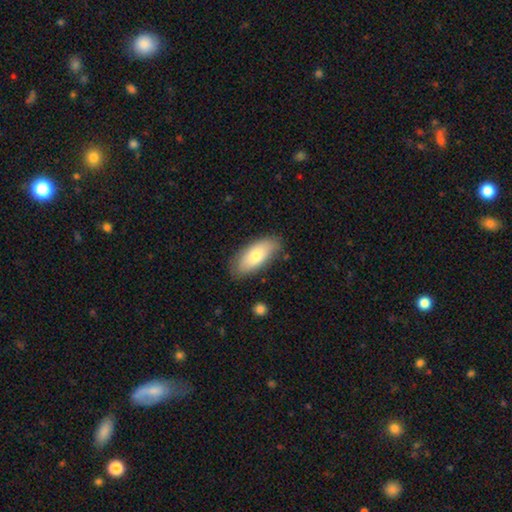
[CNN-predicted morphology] Smooth or featured?
  - smooth: 73% *
  - featured or disk: 21%
  - star or artifact: 6%
How rounded?
  - in between: 86% *
  - cigar-shaped: 11%
  - round: 2%
Merging?
  - none: 82% *
  - minor disturbance: 14%
  - major disturbance: 3%
  - merger: 2%